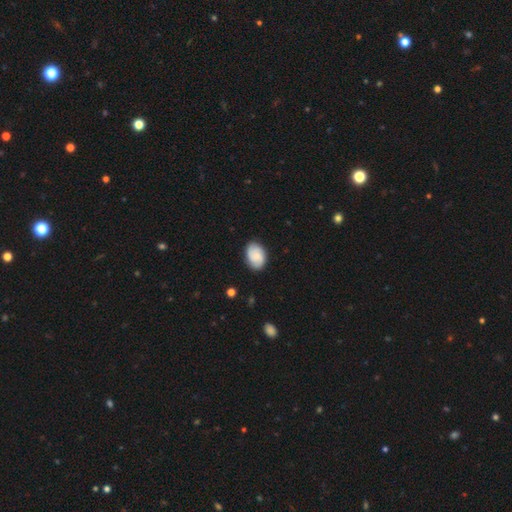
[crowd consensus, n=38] Smooth or featured? 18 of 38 (47%) said smooth. How rounded? 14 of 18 (78%) said in between. Merging? 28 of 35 (80%) said none.